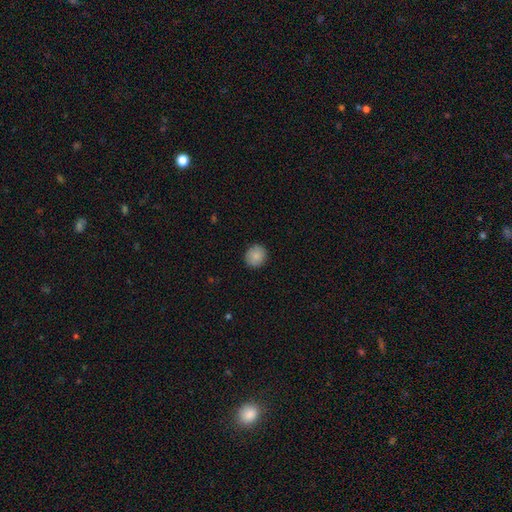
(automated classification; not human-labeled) smooth 87%, star or artifact 8%, featured or disk 5%. Down the decision tree: how rounded — round (85%); merging — none (90%).